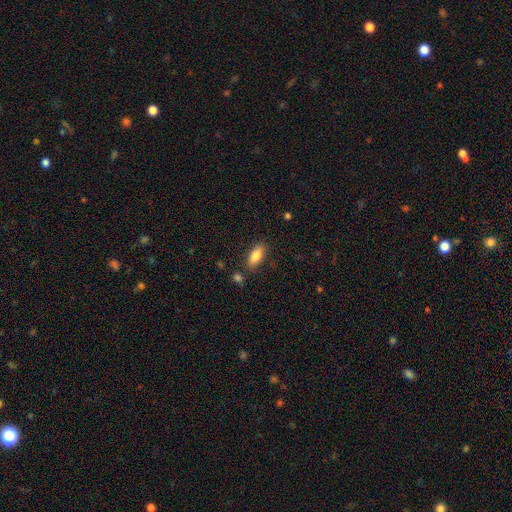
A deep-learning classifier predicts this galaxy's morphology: Smooth or featured? Predicted: smooth (p=0.84). How rounded? Predicted: in between (p=0.84). Merging? Predicted: none (p=0.82).